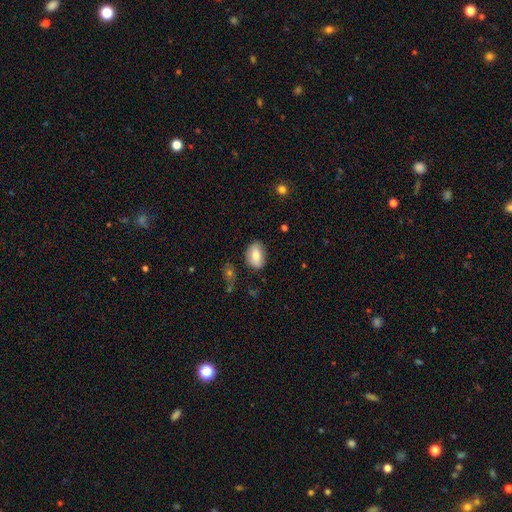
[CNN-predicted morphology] Smooth or featured? smooth (80%)
How rounded? in between (86%)
Merging? none (77%)